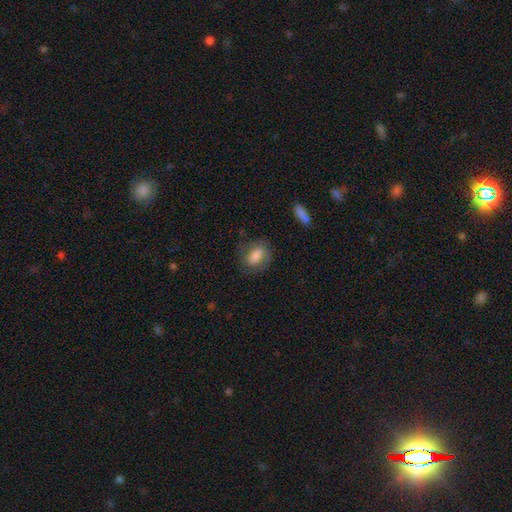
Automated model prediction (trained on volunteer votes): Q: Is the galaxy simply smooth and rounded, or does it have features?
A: smooth — 65%.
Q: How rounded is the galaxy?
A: in between — 71%.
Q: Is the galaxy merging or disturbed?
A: none — 67%.